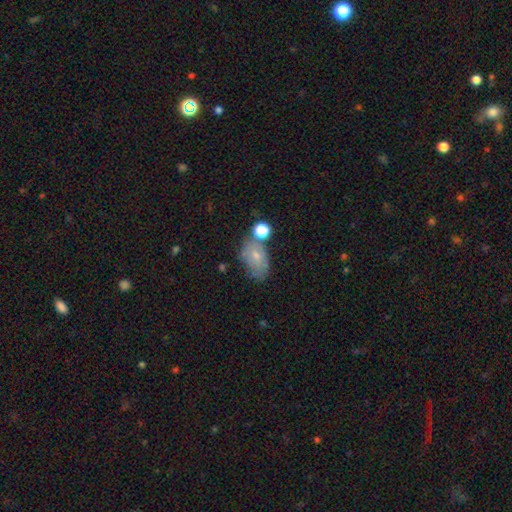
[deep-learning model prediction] Smooth or featured?
  - smooth: 65% *
  - featured or disk: 25%
  - star or artifact: 11%
How rounded?
  - in between: 83% *
  - round: 15%
  - cigar-shaped: 2%
Merging?
  - none: 45% *
  - minor disturbance: 26%
  - merger: 18%
  - major disturbance: 11%